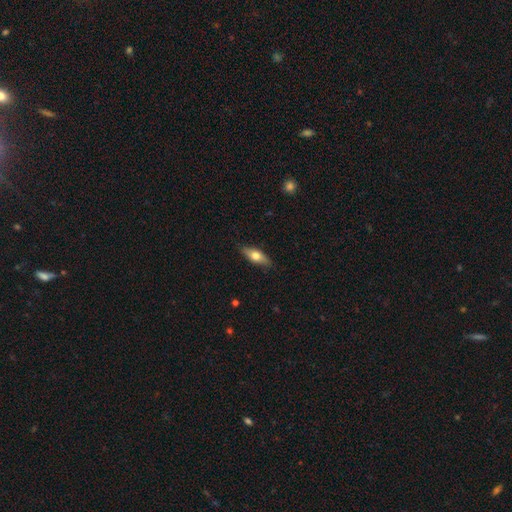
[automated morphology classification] Smooth or featured? smooth (59%)
How rounded? in between (59%)
Merging? none (86%)